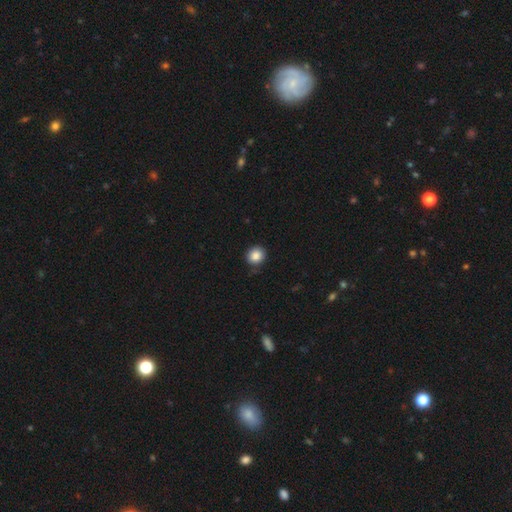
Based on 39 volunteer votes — Morphology: type=smooth (92%); roundness=round (92%); merging=none (95%).